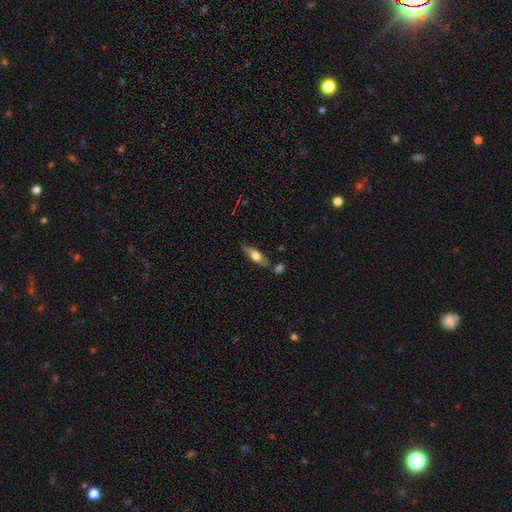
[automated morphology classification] This appears to be a smooth galaxy with no disk features (56%) that is in between round and cigar-shaped (51%). Merging: none (69%).